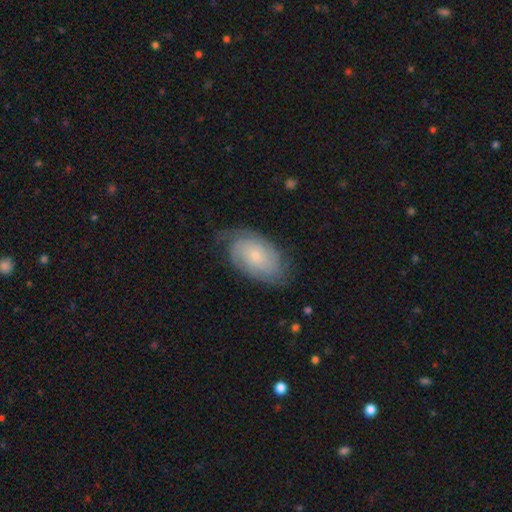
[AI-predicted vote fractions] smooth_or_featured: featured or disk (p=0.67) [alt: smooth p=0.26]
disk_edge_on: no (p=0.95) [alt: yes p=0.05]
bar: no (p=0.77) [alt: weak p=0.20]
has_spiral_arms: yes (p=0.91) [alt: no p=0.09]
spiral_winding: tight (p=0.62) [alt: medium p=0.28]
spiral_arm_count: can't tell (p=0.40) [alt: 2 p=0.32]
bulge_size: small (p=0.74) [alt: moderate p=0.20]
merging: none (p=0.68) [alt: minor disturbance p=0.22]